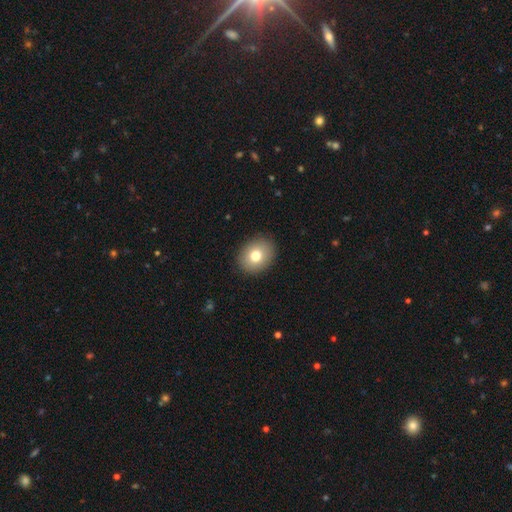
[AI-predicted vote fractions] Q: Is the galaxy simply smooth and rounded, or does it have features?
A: smooth — 77%.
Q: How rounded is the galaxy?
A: round — 52%.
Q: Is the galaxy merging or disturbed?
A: none — 90%.